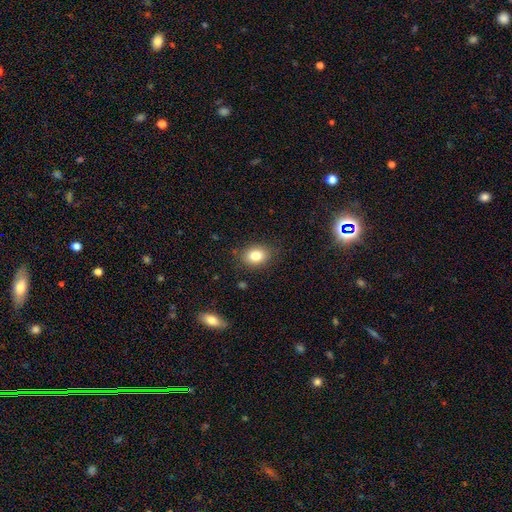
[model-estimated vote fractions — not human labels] A smooth galaxy with no disk features (81%) that is in between round and cigar-shaped (64%). Merging: none (84%).